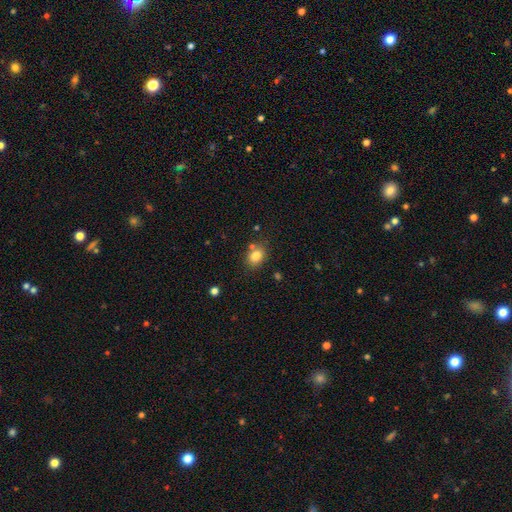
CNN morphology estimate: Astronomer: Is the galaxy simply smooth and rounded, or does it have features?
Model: smooth — 81%.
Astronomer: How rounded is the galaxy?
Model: in between — 55% (runner-up: round, 44%).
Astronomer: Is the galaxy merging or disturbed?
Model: none — 74%.